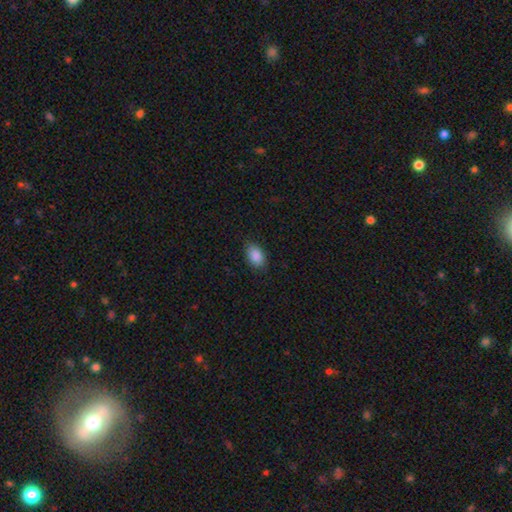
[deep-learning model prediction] The model was most divided on "merging": none: 84%, minor disturbance: 13%, major disturbance: 3%, merger: 1%. More confident: how rounded — in between (90%); smooth or featured — smooth (89%).